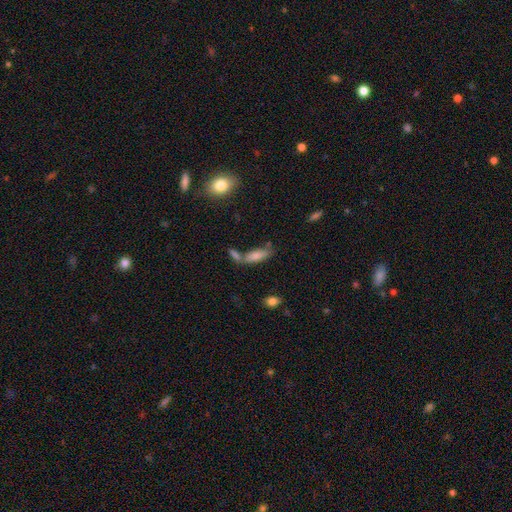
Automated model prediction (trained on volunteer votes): Smooth or featured? smooth (77%)
How rounded? in between (61%)
Merging? none (46%)